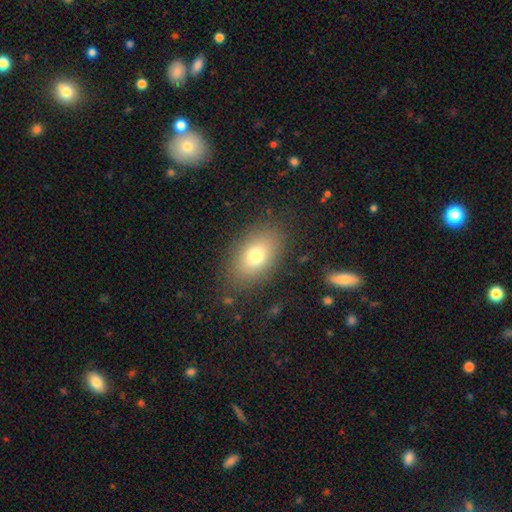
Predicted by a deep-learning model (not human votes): smooth 75%, featured or disk 15%, star or artifact 11%. Down the decision tree: how rounded — in between (85%); merging — none (83%).